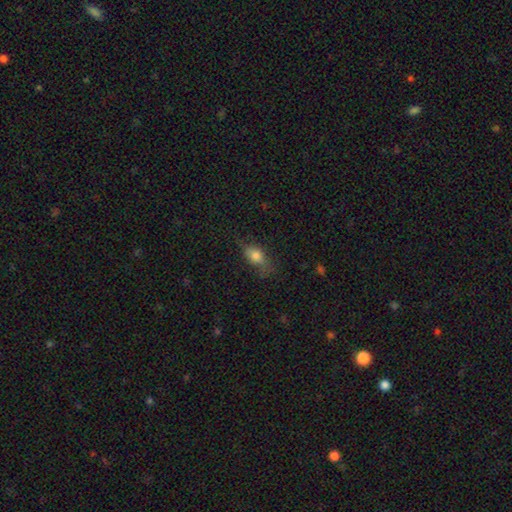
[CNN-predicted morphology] This appears to be a smooth galaxy with no disk features (73%) that is in between round and cigar-shaped (78%). Merging: none (57%).